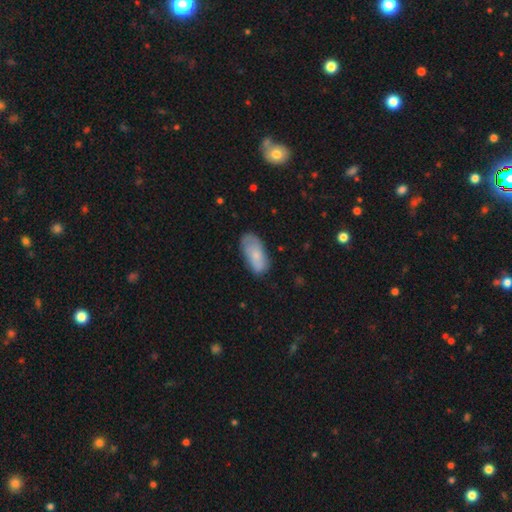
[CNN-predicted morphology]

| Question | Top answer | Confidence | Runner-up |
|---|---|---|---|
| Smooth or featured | smooth | 76% | featured or disk (17%) |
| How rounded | in between | 91% | cigar-shaped (7%) |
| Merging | none | 66% | minor disturbance (26%) |